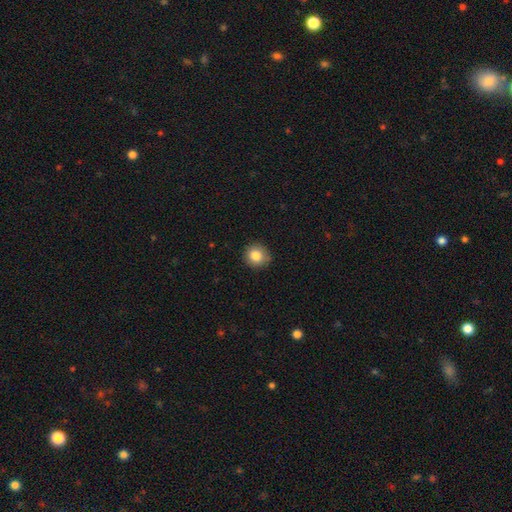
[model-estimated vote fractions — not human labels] This appears to be a smooth galaxy with no disk features (84%) that is round (90%). Merging: none (87%).